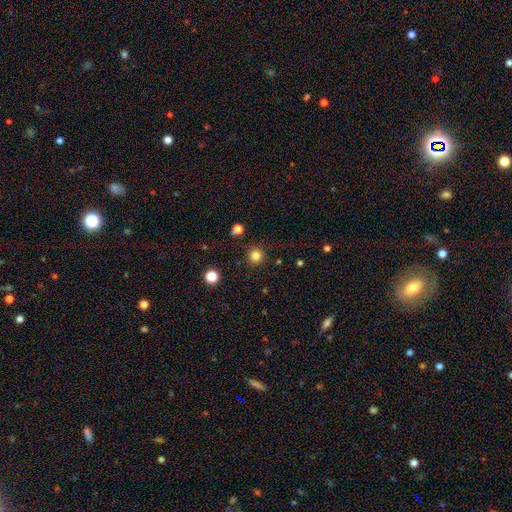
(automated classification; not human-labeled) A smooth galaxy with no disk features (82%) that is round (95%).

Vote fractions:
- Smooth or featured? smooth: 82% / star or artifact: 13% / featured or disk: 5%
- How rounded? round: 95% / in between: 4% / cigar-shaped: 1%
- Merging? none: 90% / minor disturbance: 6% / major disturbance: 2% / merger: 2%